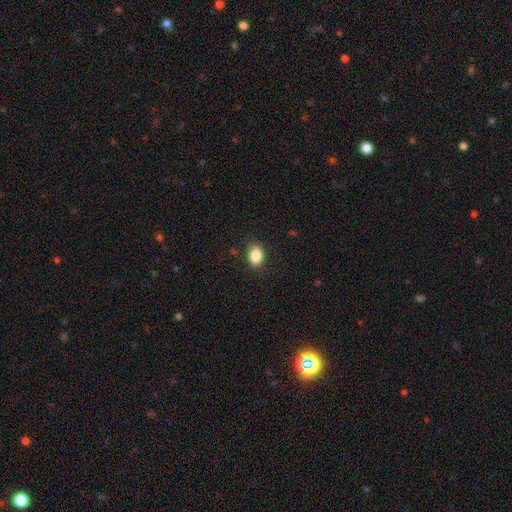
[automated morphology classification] smooth 86%, star or artifact 9%, featured or disk 5%. Down the decision tree: how rounded — in between (73%); merging — none (85%).